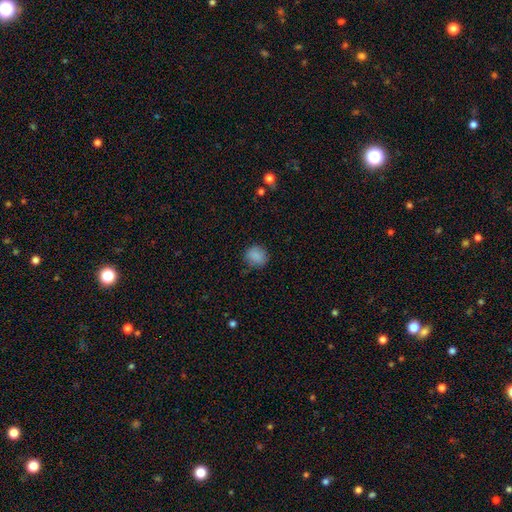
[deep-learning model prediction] Smooth or featured?
  - smooth: 85% *
  - star or artifact: 10%
  - featured or disk: 5%
How rounded?
  - round: 74% *
  - in between: 25%
  - cigar-shaped: 1%
Merging?
  - none: 75% *
  - minor disturbance: 19%
  - major disturbance: 5%
  - merger: 1%